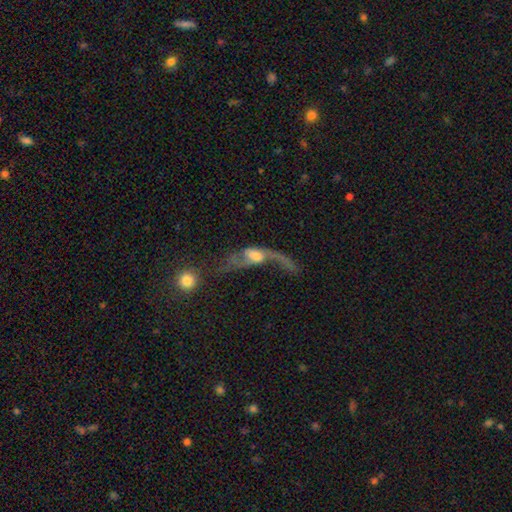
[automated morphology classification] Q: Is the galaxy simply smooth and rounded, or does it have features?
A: featured or disk — 70%.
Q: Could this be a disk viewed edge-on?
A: no — 87%.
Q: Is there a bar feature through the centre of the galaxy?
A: no — 53%.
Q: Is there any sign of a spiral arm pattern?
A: yes — 80%.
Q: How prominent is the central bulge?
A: moderate — 48%.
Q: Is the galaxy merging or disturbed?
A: major disturbance — 46%.